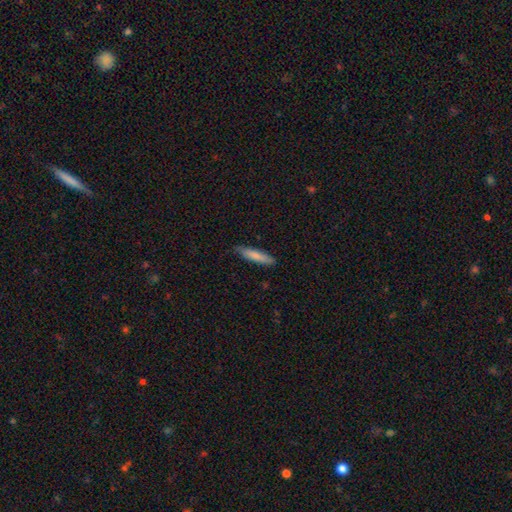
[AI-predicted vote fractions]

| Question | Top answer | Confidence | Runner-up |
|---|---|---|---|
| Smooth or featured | smooth | 79% | featured or disk (16%) |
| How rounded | cigar-shaped | 82% | in between (17%) |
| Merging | none | 81% | minor disturbance (15%) |